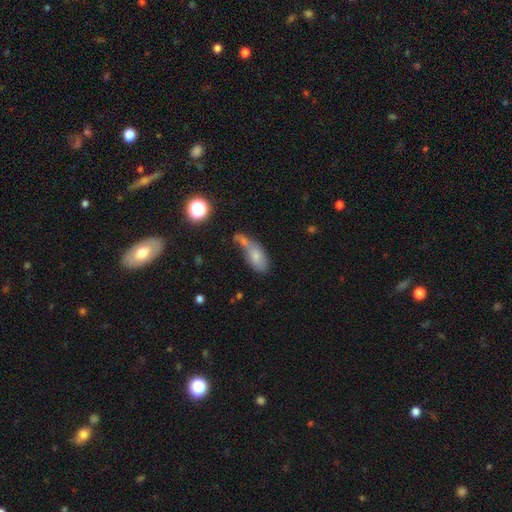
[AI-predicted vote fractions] Morphology: type=smooth (71%); roundness=in between (84%); merging=merger (44%).